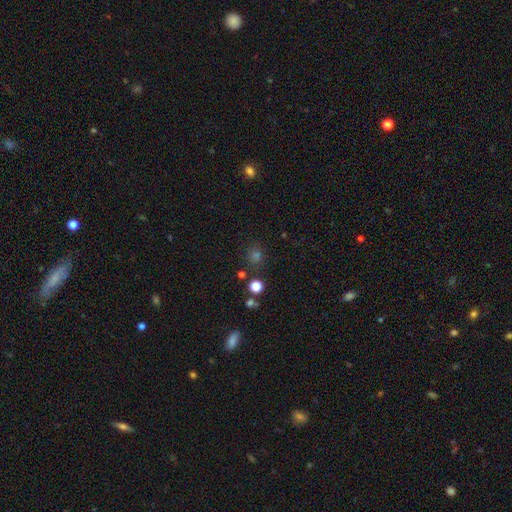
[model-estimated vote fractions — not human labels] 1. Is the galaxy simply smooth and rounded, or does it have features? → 62% smooth, 31% star or artifact, 7% featured or disk.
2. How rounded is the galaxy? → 82% round, 17% in between, 1% cigar-shaped.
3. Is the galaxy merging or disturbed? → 83% none, 9% minor disturbance, 5% merger, 3% major disturbance.